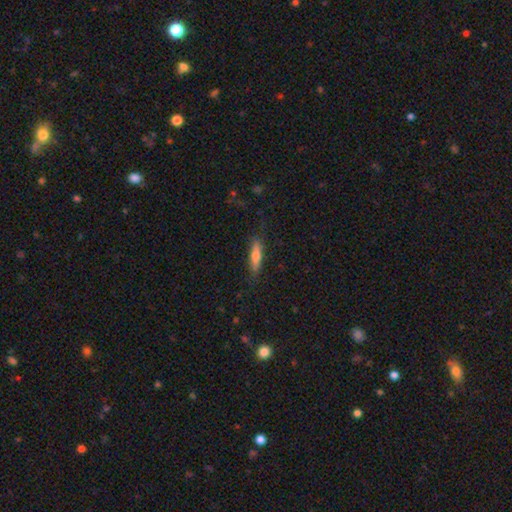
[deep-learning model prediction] A smooth galaxy with no disk features (63%) that is cigar-shaped (76%). Merging: none (83%).